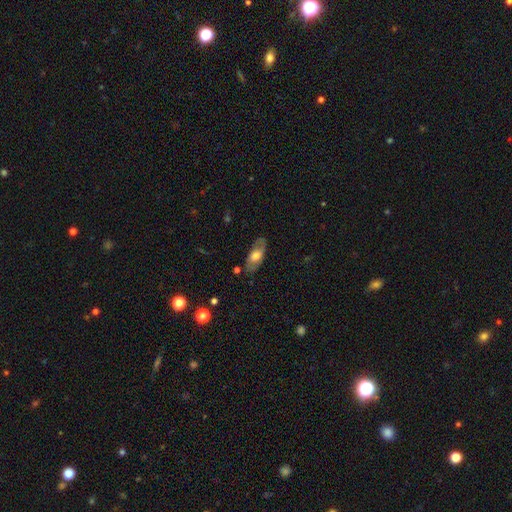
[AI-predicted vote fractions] This appears to be a featured or disk galaxy (47%, tied with smooth). Merging: none (77%).